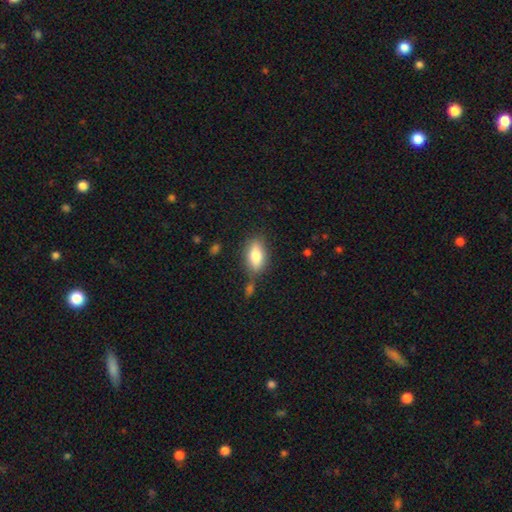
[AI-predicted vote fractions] A smooth galaxy with no disk features (78%) that is in between round and cigar-shaped (85%).

Vote fractions:
- Smooth or featured? smooth: 78% / featured or disk: 15% / star or artifact: 7%
- How rounded? in between: 85% / cigar-shaped: 10% / round: 5%
- Merging? none: 74% / minor disturbance: 14% / merger: 7% / major disturbance: 4%